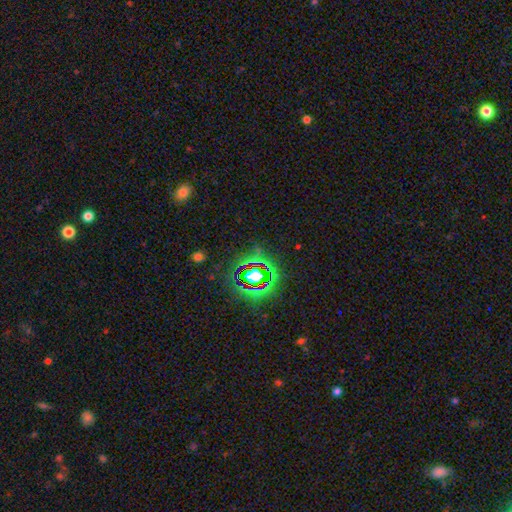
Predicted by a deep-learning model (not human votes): Morphology: type=star or artifact (75%).